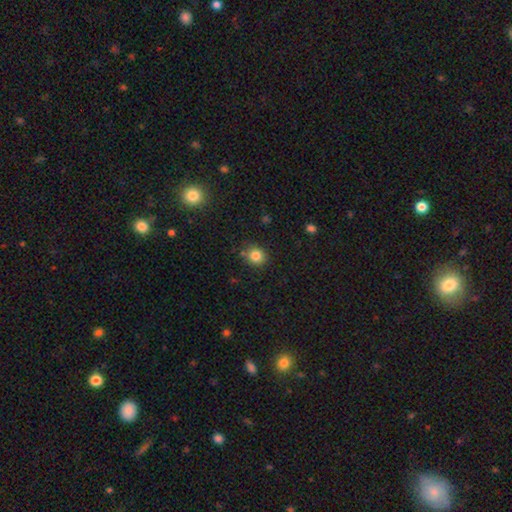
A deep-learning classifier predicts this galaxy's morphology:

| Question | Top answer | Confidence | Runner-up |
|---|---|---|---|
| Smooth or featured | smooth | 82% | star or artifact (12%) |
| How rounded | round | 82% | in between (17%) |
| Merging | none | 82% | minor disturbance (12%) |